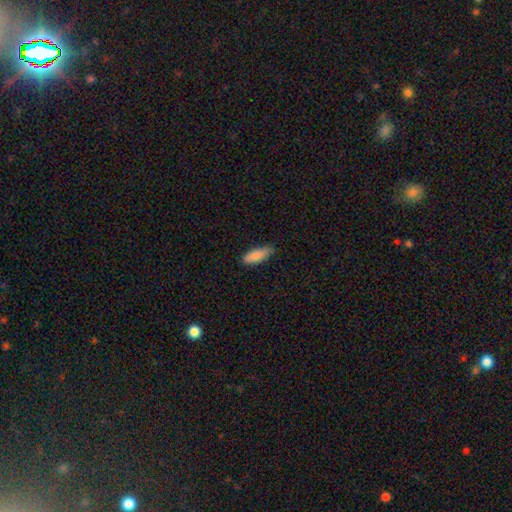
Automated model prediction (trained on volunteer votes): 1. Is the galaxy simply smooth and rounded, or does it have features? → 85% smooth, 9% featured or disk, 6% star or artifact.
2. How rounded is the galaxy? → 68% in between, 31% cigar-shaped, 2% round.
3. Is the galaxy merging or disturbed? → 70% none, 25% minor disturbance, 3% major disturbance, 1% merger.